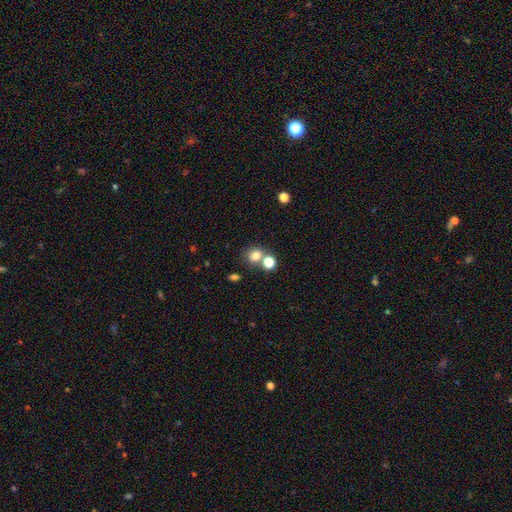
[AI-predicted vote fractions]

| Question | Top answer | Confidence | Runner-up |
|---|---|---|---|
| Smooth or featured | smooth | 77% | star or artifact (15%) |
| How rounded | round | 67% | in between (32%) |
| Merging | none | 57% | merger (29%) |